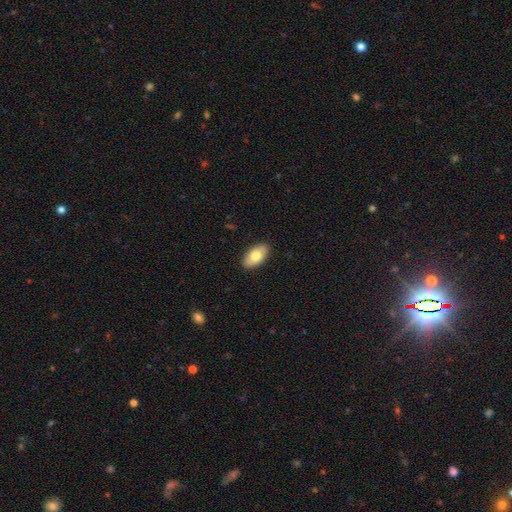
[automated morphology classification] This appears to be a smooth galaxy with no disk features (75%) that is in between round and cigar-shaped (94%). Merging: none (90%).